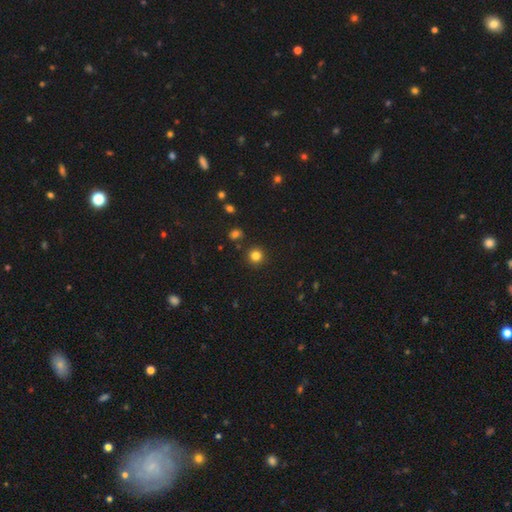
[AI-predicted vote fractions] Smooth or featured? smooth (82%)
How rounded? round (94%)
Merging? none (89%)